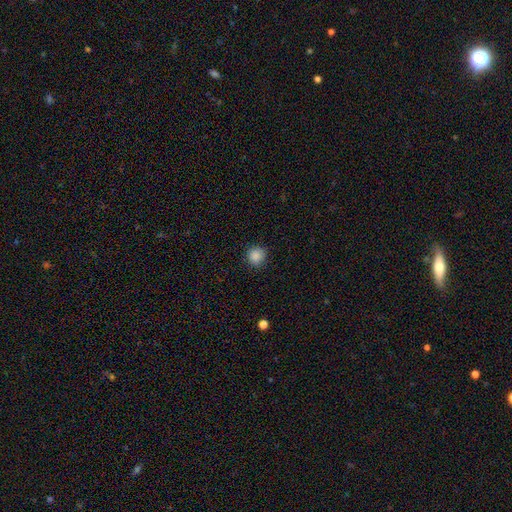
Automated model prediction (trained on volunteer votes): Smooth or featured?
  - smooth: 87% *
  - star or artifact: 10%
  - featured or disk: 3%
How rounded?
  - round: 94% *
  - in between: 5%
  - cigar-shaped: 1%
Merging?
  - none: 88% *
  - minor disturbance: 8%
  - major disturbance: 2%
  - merger: 1%